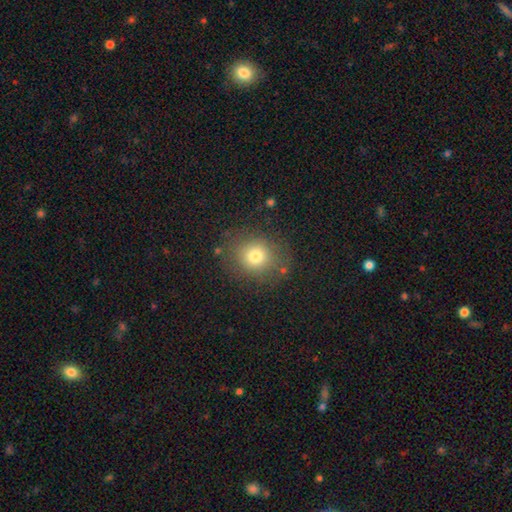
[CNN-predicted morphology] A smooth galaxy with no disk features (76%) that is round (74%).

Vote fractions:
- Smooth or featured? smooth: 76% / star or artifact: 13% / featured or disk: 10%
- How rounded? round: 74% / in between: 25% / cigar-shaped: 1%
- Merging? none: 80% / minor disturbance: 12% / major disturbance: 5% / merger: 2%